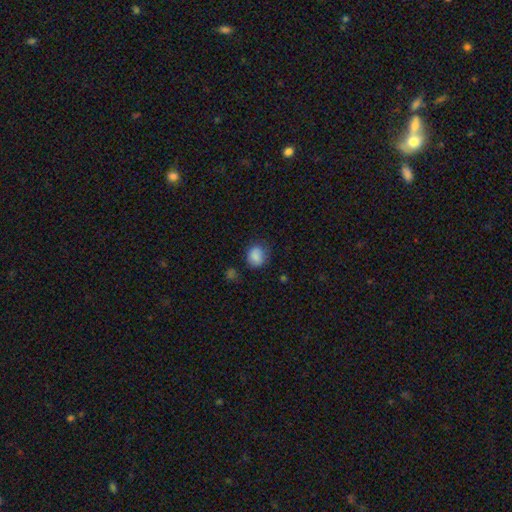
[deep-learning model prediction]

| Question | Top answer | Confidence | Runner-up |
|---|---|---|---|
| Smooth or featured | smooth | 86% | star or artifact (9%) |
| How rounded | round | 63% | in between (36%) |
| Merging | none | 70% | minor disturbance (22%) |